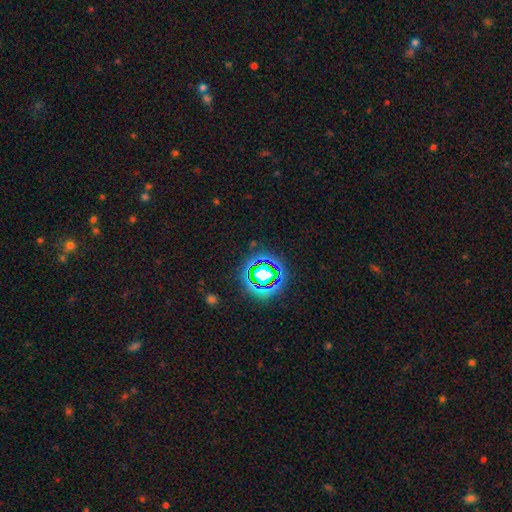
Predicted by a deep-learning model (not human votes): Smooth or featured? star or artifact (78%)